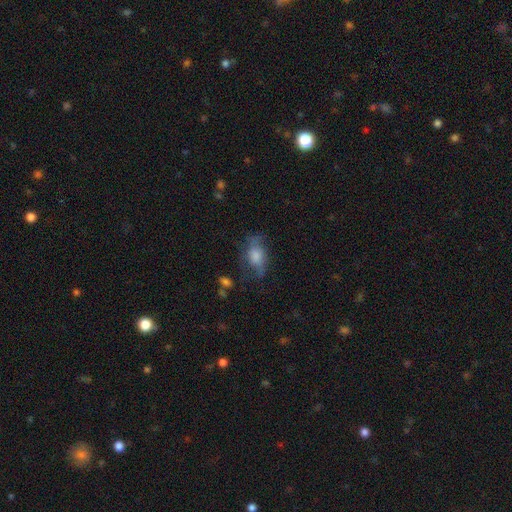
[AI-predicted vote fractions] A smooth galaxy with no disk features (49%).

Vote fractions:
- Smooth or featured? smooth: 49% / featured or disk: 39% / star or artifact: 12%
- Merging? none: 53% / minor disturbance: 25% / major disturbance: 20% / merger: 2%